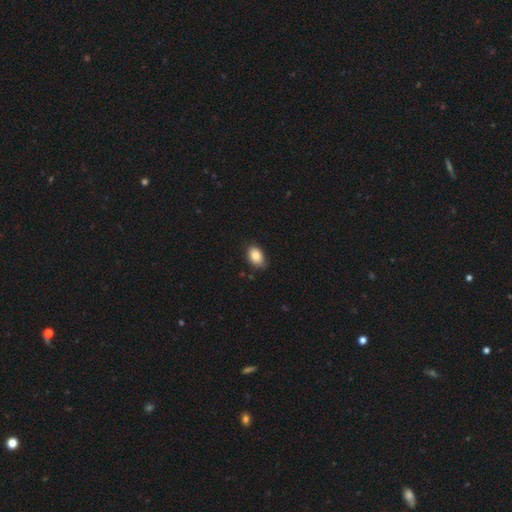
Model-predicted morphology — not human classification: Smooth or featured?
  - smooth: 85% *
  - star or artifact: 8%
  - featured or disk: 7%
How rounded?
  - in between: 83% *
  - round: 15%
  - cigar-shaped: 1%
Merging?
  - none: 76% *
  - minor disturbance: 20%
  - major disturbance: 3%
  - merger: 1%